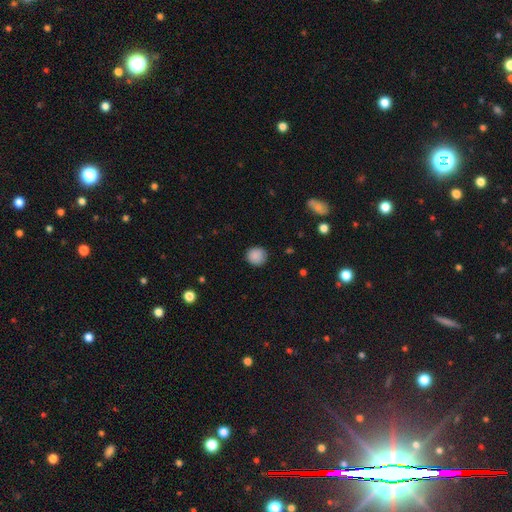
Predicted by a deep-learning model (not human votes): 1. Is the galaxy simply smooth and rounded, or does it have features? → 88% smooth, 9% star or artifact, 3% featured or disk.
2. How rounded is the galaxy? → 92% round, 7% in between, 1% cigar-shaped.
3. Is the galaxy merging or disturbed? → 88% none, 8% minor disturbance, 2% major disturbance, 1% merger.